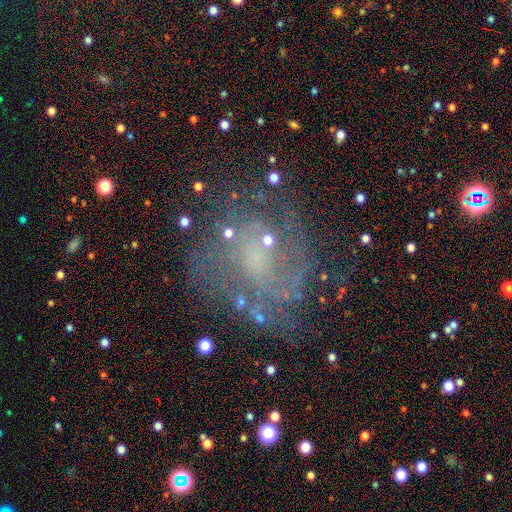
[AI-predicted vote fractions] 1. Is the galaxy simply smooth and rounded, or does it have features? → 69% featured or disk, 16% star or artifact, 14% smooth.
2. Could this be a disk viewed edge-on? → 97% no, 3% yes.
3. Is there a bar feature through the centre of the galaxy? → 67% no, 27% weak, 6% strong.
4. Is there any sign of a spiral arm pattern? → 82% yes, 18% no.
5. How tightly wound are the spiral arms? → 40% medium, 38% tight, 22% loose.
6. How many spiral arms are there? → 38% can't tell, 28% 2, 13% 3, 8% 4, 7% 1, 6% more than 4.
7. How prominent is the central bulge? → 52% small, 25% none, 19% moderate, 3% large, 1% dominant.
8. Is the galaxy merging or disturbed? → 64% none, 18% minor disturbance, 15% major disturbance, 3% merger.